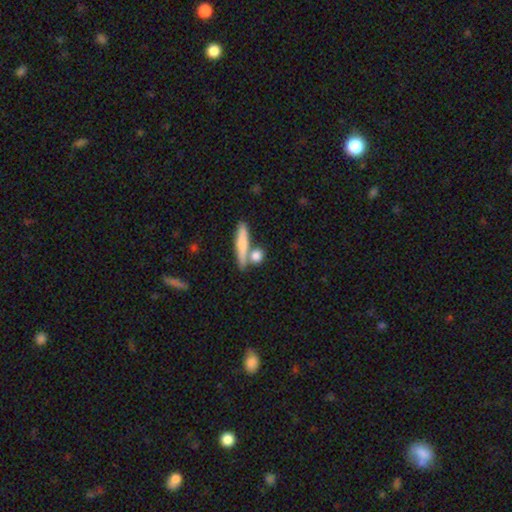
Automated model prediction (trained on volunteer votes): Smooth or featured: smooth — 76% (featured or disk — 16%)
How rounded: round — 45% (cigar-shaped — 32%)
Merging: none — 64% (merger — 21%)